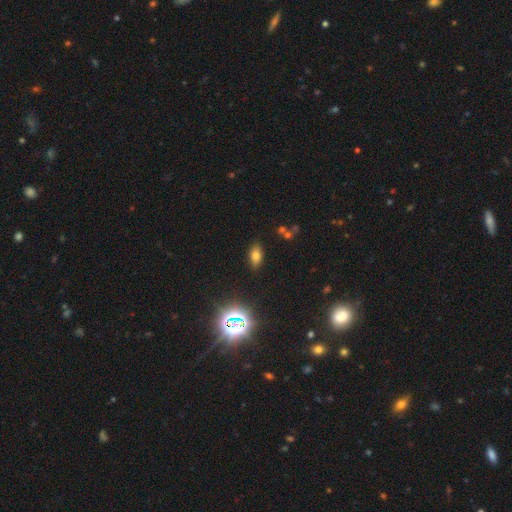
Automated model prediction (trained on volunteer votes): Smooth or featured?
  - smooth: 68% *
  - star or artifact: 21%
  - featured or disk: 12%
How rounded?
  - in between: 88% *
  - round: 8%
  - cigar-shaped: 5%
Merging?
  - none: 85% *
  - minor disturbance: 10%
  - major disturbance: 3%
  - merger: 2%